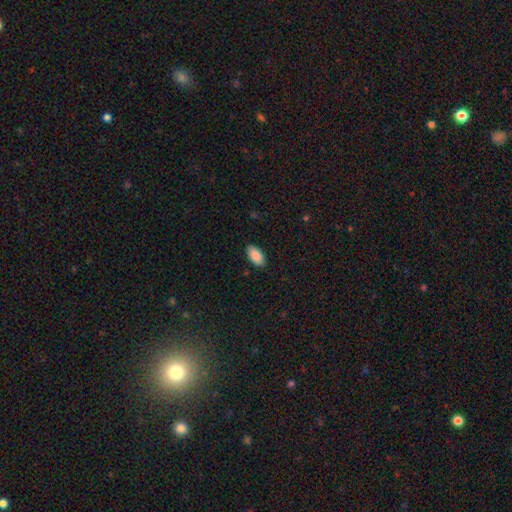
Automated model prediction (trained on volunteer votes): Smooth or featured? Predicted: smooth (p=0.87). How rounded? Predicted: in between (p=0.94). Merging? Predicted: none (p=0.88).